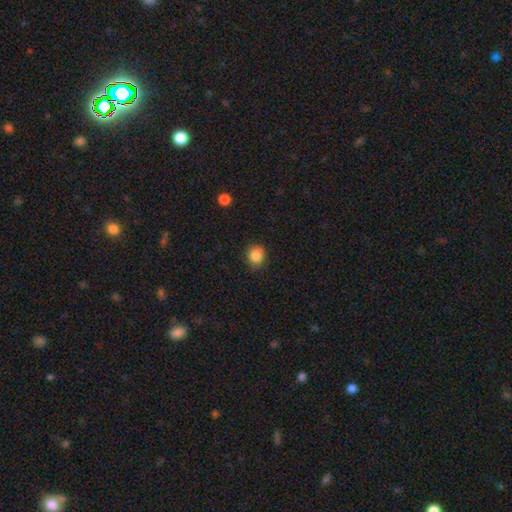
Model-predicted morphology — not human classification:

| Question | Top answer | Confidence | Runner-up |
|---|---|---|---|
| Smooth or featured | smooth | 86% | star or artifact (10%) |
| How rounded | round | 78% | in between (21%) |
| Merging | none | 86% | minor disturbance (11%) |